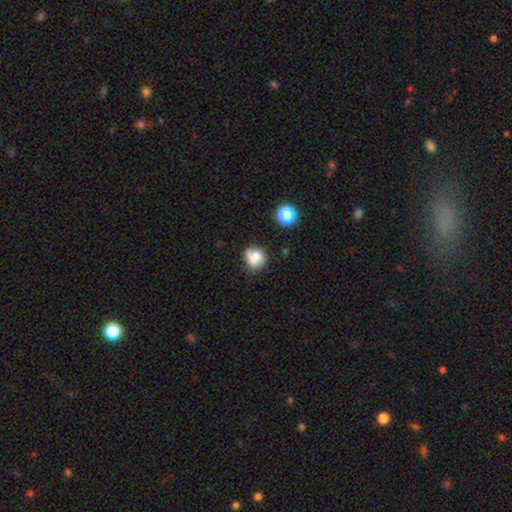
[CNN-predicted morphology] A smooth galaxy with no disk features (73%) that is round (72%). Merging: none (52%).